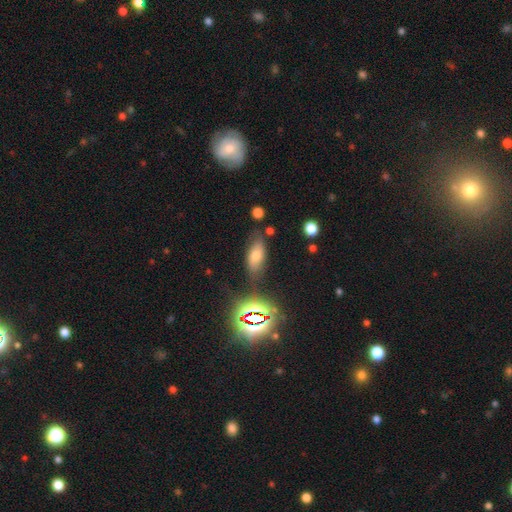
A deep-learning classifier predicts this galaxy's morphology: A smooth galaxy with no disk features (56%) that is in between round and cigar-shaped (81%). Merging: none (72%).